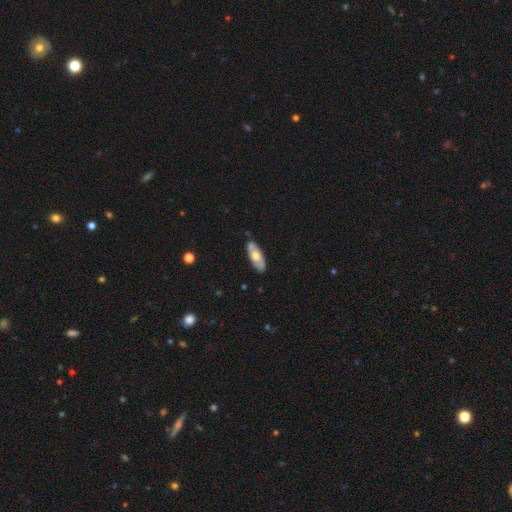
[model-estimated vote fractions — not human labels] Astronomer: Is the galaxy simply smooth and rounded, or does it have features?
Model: smooth — 49% (runner-up: featured or disk, 46%).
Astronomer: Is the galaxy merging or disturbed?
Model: none — 81%.